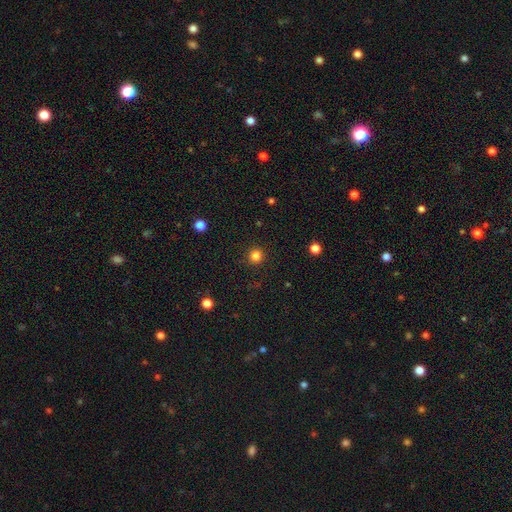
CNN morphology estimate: Q: Smooth or featured?
A: smooth (83%); runner-up: star or artifact (13%)
Q: How rounded?
A: round (94%); runner-up: in between (5%)
Q: Merging?
A: none (92%); runner-up: minor disturbance (5%)